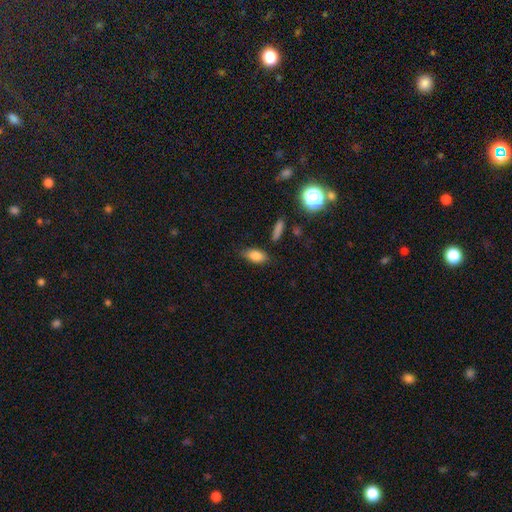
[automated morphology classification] This appears to be a smooth galaxy with no disk features (82%) that is in between round and cigar-shaped (86%). Merging: none (76%).